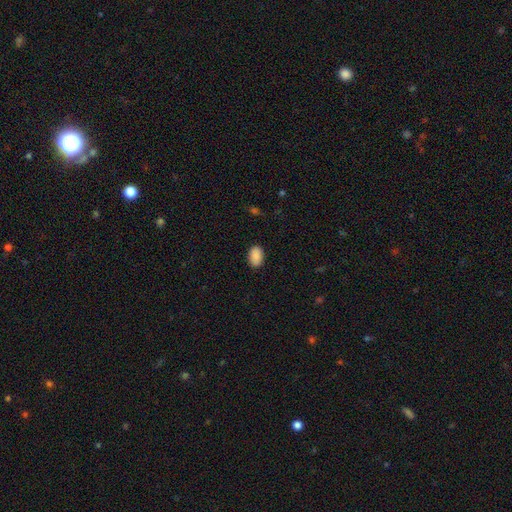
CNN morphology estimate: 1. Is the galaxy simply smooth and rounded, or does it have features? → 89% smooth, 7% star or artifact, 4% featured or disk.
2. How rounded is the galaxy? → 88% in between, 11% round, 1% cigar-shaped.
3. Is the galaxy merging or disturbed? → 87% none, 10% minor disturbance, 2% major disturbance, 1% merger.